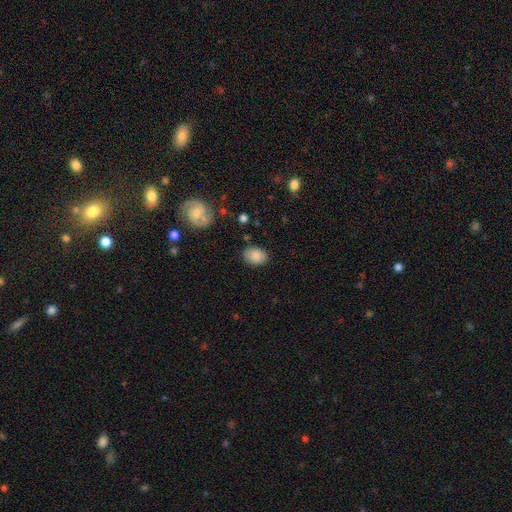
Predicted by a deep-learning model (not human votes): Q: Smooth or featured?
A: smooth (85%); runner-up: star or artifact (8%)
Q: How rounded?
A: in between (79%); runner-up: round (20%)
Q: Merging?
A: none (83%); runner-up: minor disturbance (12%)